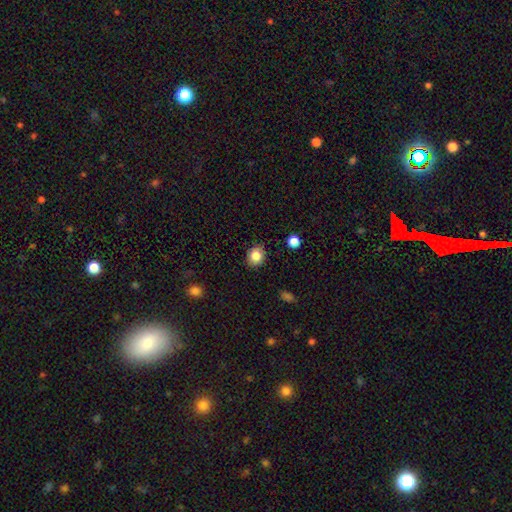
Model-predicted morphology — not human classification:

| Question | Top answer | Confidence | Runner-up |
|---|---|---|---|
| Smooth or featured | smooth | 83% | star or artifact (10%) |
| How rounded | round | 71% | in between (28%) |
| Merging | none | 87% | minor disturbance (10%) |